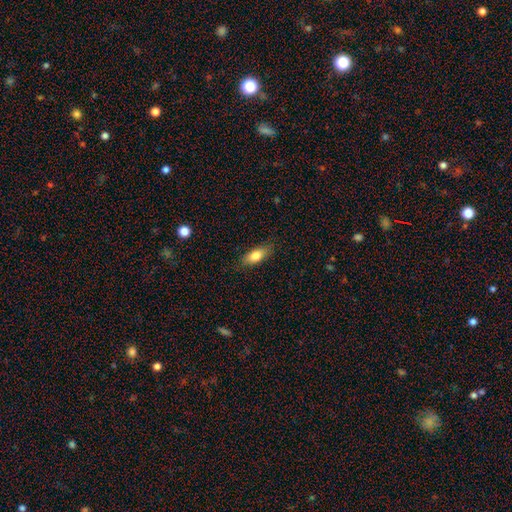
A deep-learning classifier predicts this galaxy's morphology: Overall: smooth (80%). How rounded: in between (78%). Merging: none (83%).